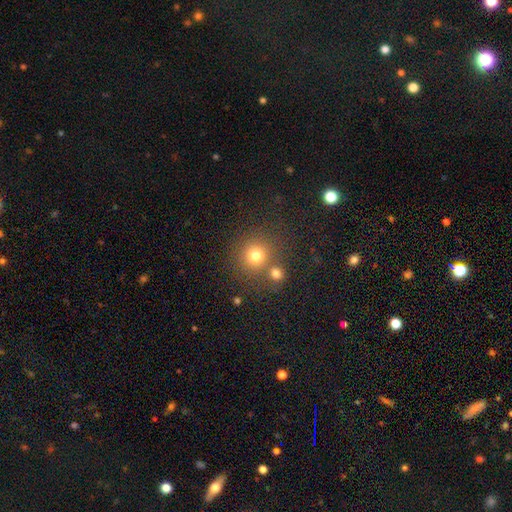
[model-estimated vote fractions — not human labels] Morphology: type=smooth (77%); roundness=round (91%); merging=none (67%).